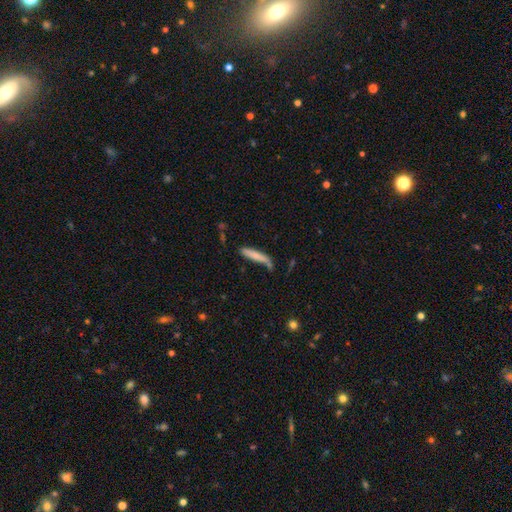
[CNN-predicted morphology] Overall: smooth (73%). How rounded: cigar-shaped (88%). Merging: none (57%; minor disturbance 26%).